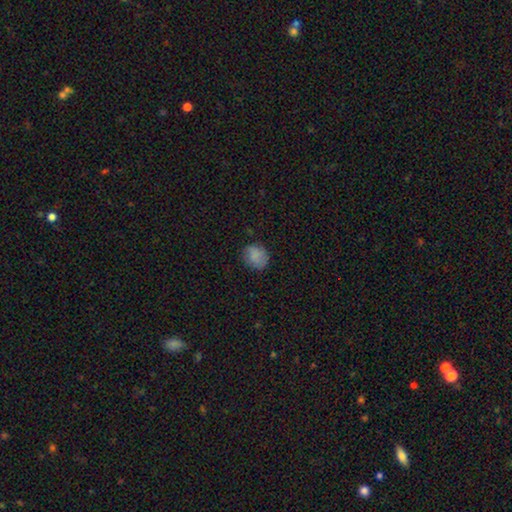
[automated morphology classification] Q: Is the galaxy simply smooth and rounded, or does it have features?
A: smooth — 82%.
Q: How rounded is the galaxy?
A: round — 63%.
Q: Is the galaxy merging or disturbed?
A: none — 77%.